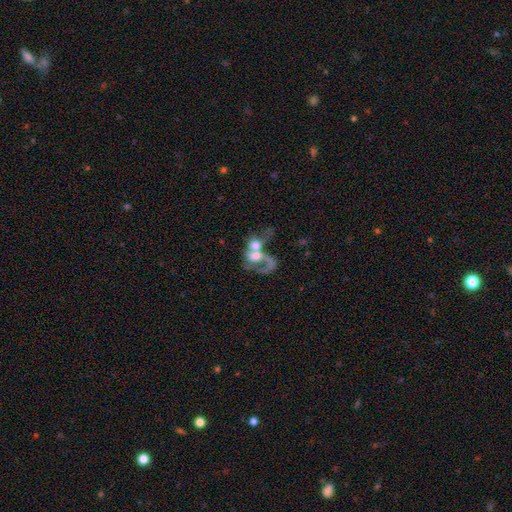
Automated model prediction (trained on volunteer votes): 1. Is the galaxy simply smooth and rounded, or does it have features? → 55% featured or disk, 35% smooth, 9% star or artifact.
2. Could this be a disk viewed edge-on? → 97% no, 3% yes.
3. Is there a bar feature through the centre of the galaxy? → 75% no, 19% weak, 6% strong.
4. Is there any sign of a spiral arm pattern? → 57% yes, 43% no.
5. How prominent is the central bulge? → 42% moderate, 30% large, 11% small, 11% none, 6% dominant.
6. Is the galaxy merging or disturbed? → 74% merger, 14% major disturbance, 8% none, 4% minor disturbance.